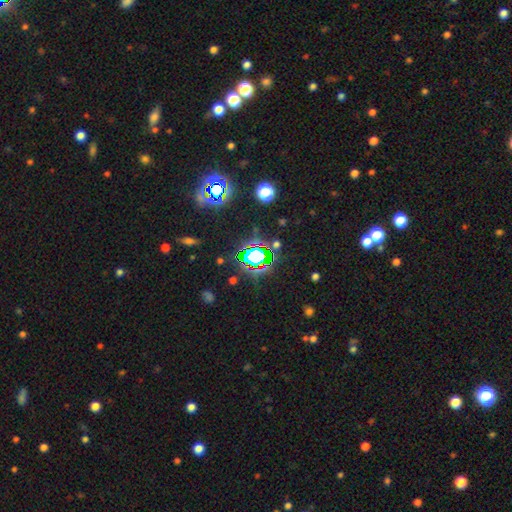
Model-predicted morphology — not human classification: smooth-or-featured: star or artifact: 69% | smooth: 20% | featured or disk: 11%